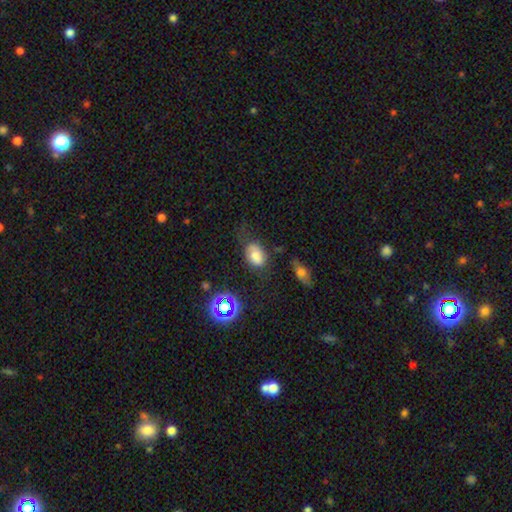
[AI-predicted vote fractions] Overall: smooth (72%). How rounded: in between (82%). Merging: none (54%; minor disturbance 27%).